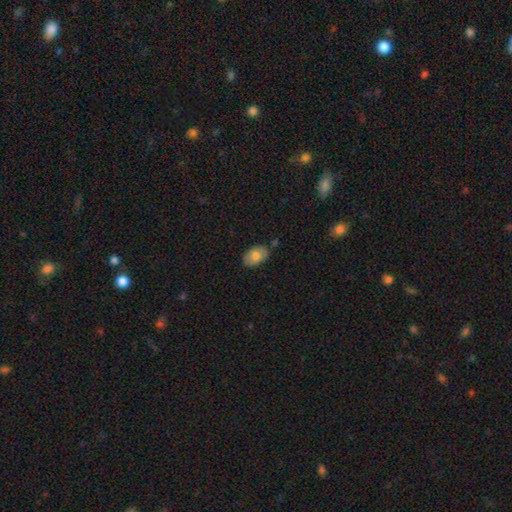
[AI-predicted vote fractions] Smooth or featured?
  - smooth: 71% *
  - featured or disk: 22%
  - star or artifact: 7%
How rounded?
  - in between: 87% *
  - round: 11%
  - cigar-shaped: 1%
Merging?
  - none: 80% *
  - minor disturbance: 15%
  - major disturbance: 3%
  - merger: 2%